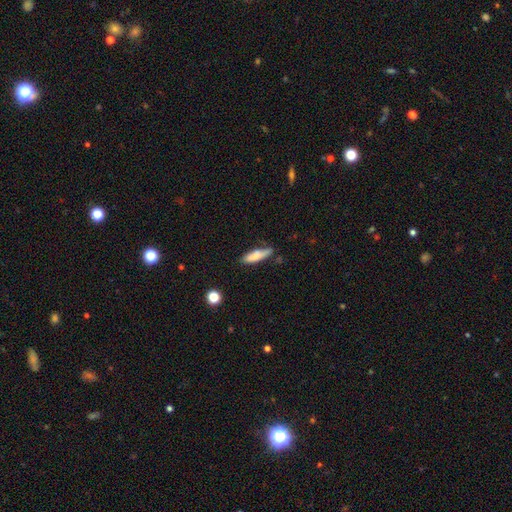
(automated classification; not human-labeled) smooth_or_featured: smooth (p=0.75) [alt: featured or disk p=0.18]
how_rounded: cigar-shaped (p=0.65) [alt: in between p=0.33]
merging: none (p=0.63) [alt: minor disturbance p=0.26]